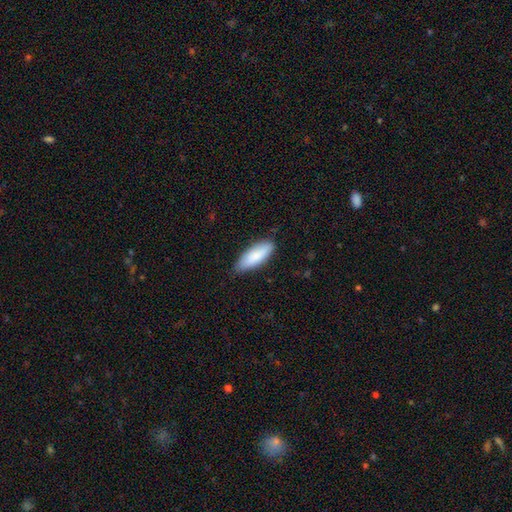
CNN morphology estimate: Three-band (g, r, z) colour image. It shows a smooth galaxy with no disk features (84%) that is in between round and cigar-shaped (65%). Merging: none (81%).